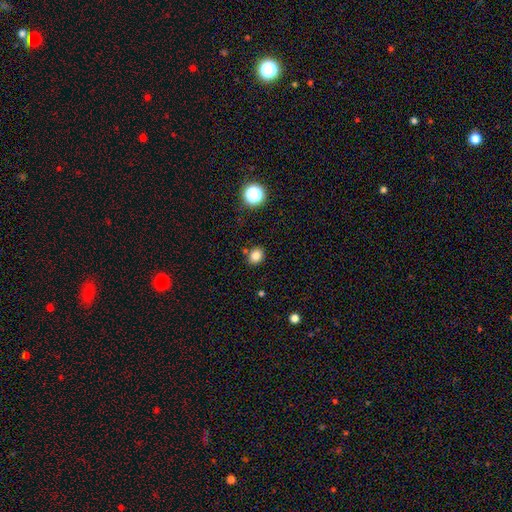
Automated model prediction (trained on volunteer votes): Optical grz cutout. It shows a smooth galaxy with no disk features (82%) that is round (66%). Merging: none (82%).